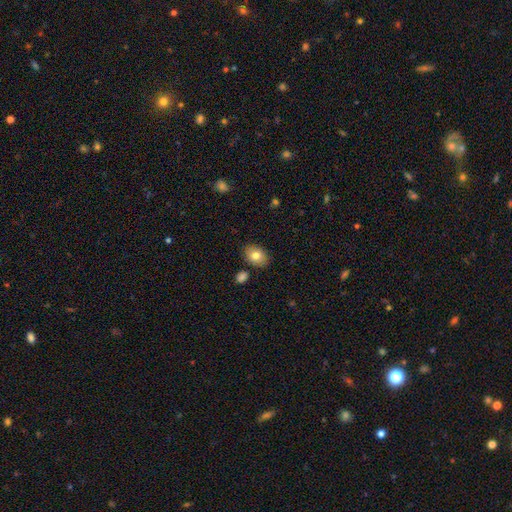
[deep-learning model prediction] smooth 79%, featured or disk 13%, star or artifact 8%. Down the decision tree: how rounded — in between (78%); merging — none (84%).